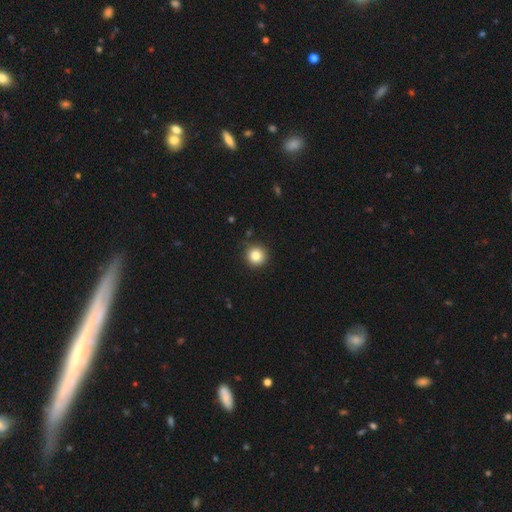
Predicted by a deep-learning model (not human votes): smooth-or-featured: smooth: 84% | star or artifact: 10% | featured or disk: 5%
  how-rounded: round: 94% | in between: 5% | cigar-shaped: 1%
  merging: none: 88% | minor disturbance: 8% | major disturbance: 2% | merger: 1%